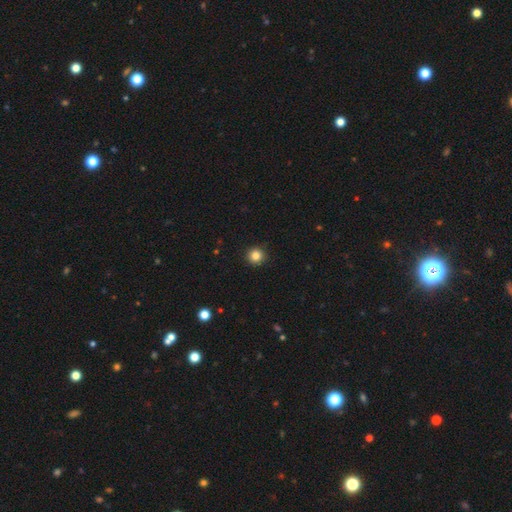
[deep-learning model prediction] Q: Smooth or featured?
A: smooth (85%); runner-up: star or artifact (11%)
Q: How rounded?
A: round (95%); runner-up: in between (4%)
Q: Merging?
A: none (93%); runner-up: minor disturbance (5%)